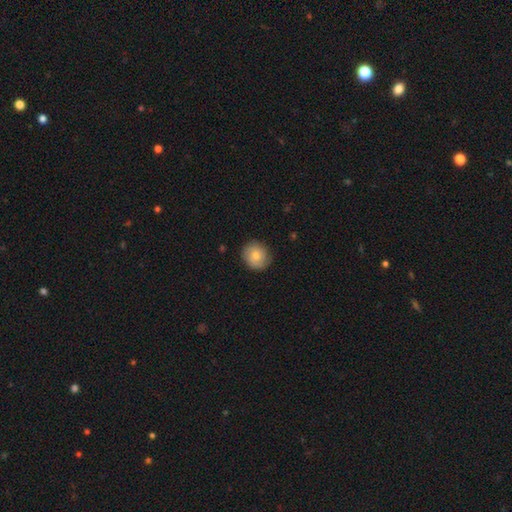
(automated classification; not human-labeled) Smooth or featured?
  - smooth: 74% *
  - featured or disk: 18%
  - star or artifact: 8%
How rounded?
  - round: 83% *
  - in between: 16%
  - cigar-shaped: 1%
Merging?
  - none: 84% *
  - minor disturbance: 12%
  - major disturbance: 3%
  - merger: 1%